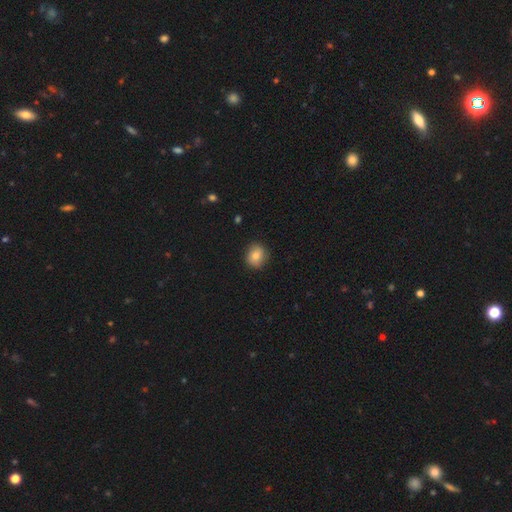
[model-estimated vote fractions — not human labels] smooth_or_featured: smooth (p=0.77) [alt: featured or disk p=0.13]
how_rounded: round (p=0.76) [alt: in between p=0.23]
merging: none (p=0.86) [alt: minor disturbance p=0.11]